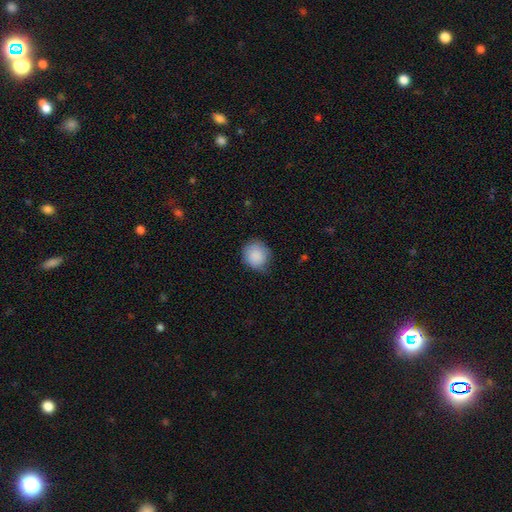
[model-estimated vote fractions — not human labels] This appears to be a smooth galaxy with no disk features (87%) that is round (81%). Merging: none (64%).